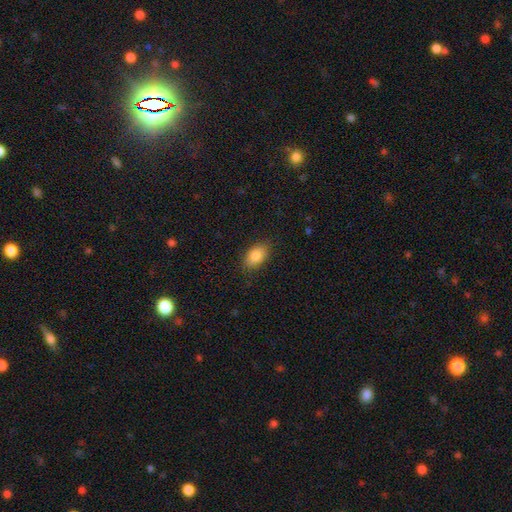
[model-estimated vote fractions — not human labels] This appears to be a smooth galaxy with no disk features (85%) that is in between round and cigar-shaped (89%). Merging: none (85%).